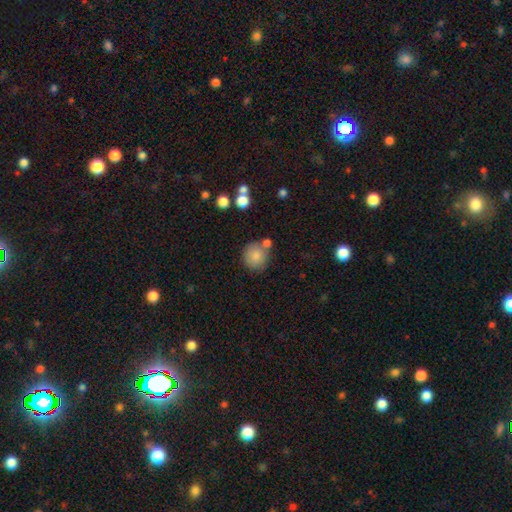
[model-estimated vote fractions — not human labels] Smooth or featured?
  - smooth: 82% *
  - star or artifact: 9%
  - featured or disk: 9%
How rounded?
  - round: 90% *
  - in between: 9%
  - cigar-shaped: 1%
Merging?
  - none: 68% *
  - merger: 16%
  - minor disturbance: 13%
  - major disturbance: 4%